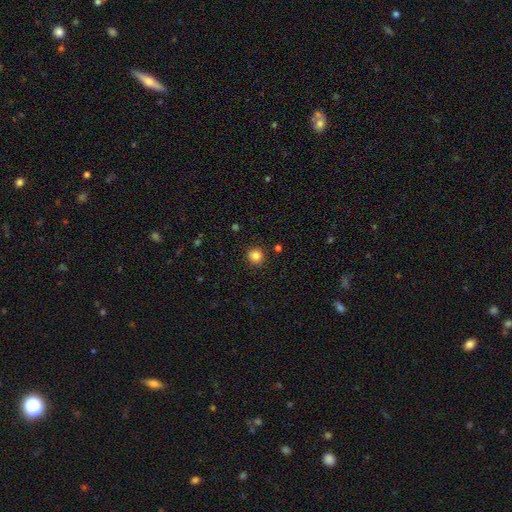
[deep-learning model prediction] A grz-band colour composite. It shows a smooth galaxy with no disk features (84%) that is round (92%). Merging: none (89%).